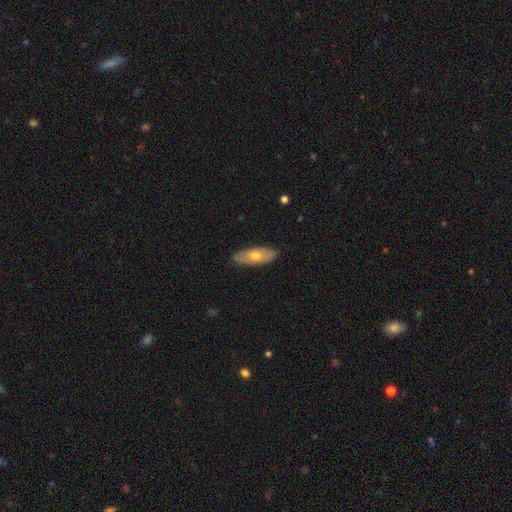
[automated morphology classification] Smooth or featured? smooth (56%)
How rounded? in between (75%)
Merging? none (84%)